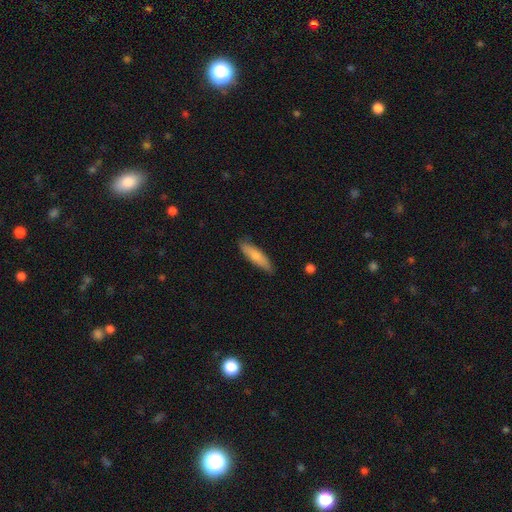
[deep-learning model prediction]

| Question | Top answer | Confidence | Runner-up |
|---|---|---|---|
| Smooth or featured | smooth | 73% | featured or disk (21%) |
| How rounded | cigar-shaped | 65% | in between (33%) |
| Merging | none | 82% | minor disturbance (14%) |